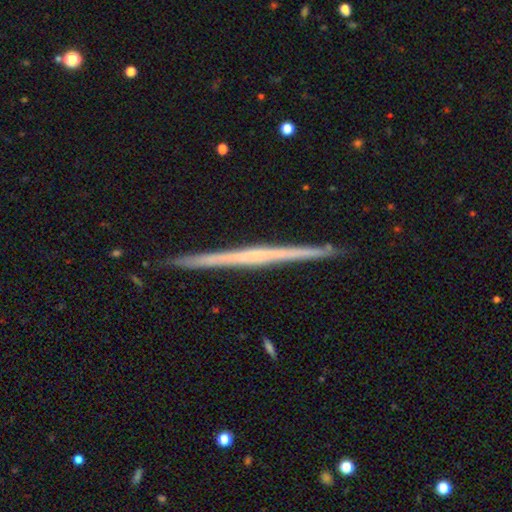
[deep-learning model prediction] This is likely a featured or disk galaxy (72%). It is clearly viewed edge-on (98%). Edge-on bulge: clearly none (84%). Merging: clearly none (92%).